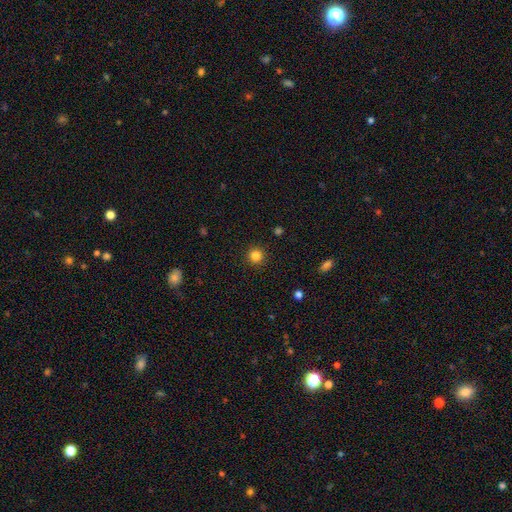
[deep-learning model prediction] Smooth or featured? Predicted: smooth (p=0.84). How rounded? Predicted: round (p=0.94). Merging? Predicted: none (p=0.92).